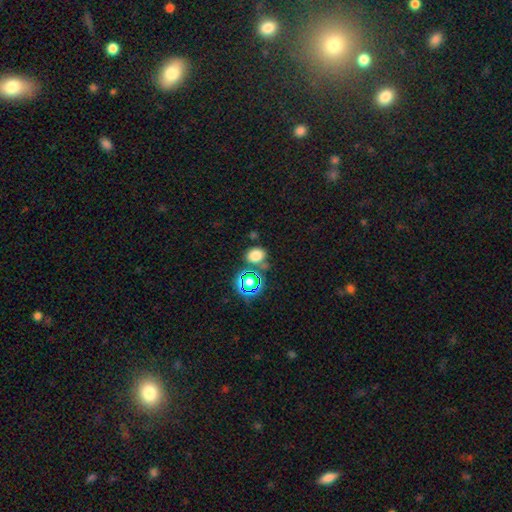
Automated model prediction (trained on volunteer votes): Smooth or featured?
  - smooth: 71% *
  - star or artifact: 23%
  - featured or disk: 6%
How rounded?
  - round: 52% *
  - in between: 47%
  - cigar-shaped: 1%
Merging?
  - none: 69% *
  - merger: 14%
  - minor disturbance: 12%
  - major disturbance: 5%